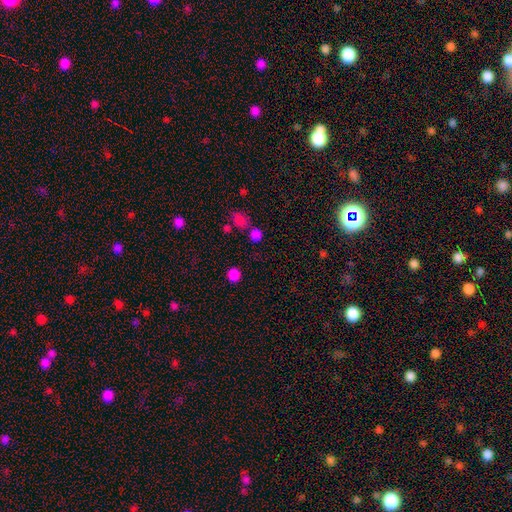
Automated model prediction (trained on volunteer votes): Overall: smooth (76%). How rounded: round (85%). Merging: none (73%).